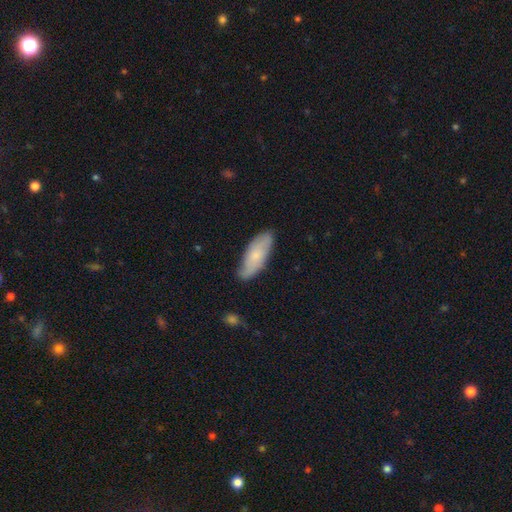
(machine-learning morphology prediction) This is likely a smooth galaxy (69%). How rounded: likely in between (72%). Merging: likely none (78%).